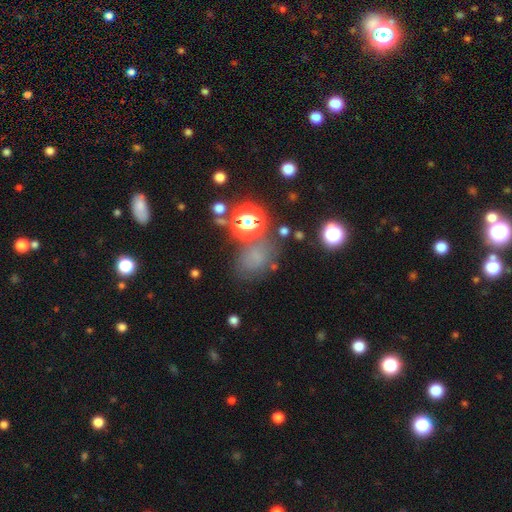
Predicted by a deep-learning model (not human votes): smooth-or-featured: smooth: 51% | star or artifact: 36% | featured or disk: 13%
  how-rounded: in between: 51% | round: 48% | cigar-shaped: 2%
  merging: none: 61% | minor disturbance: 18% | major disturbance: 11% | merger: 10%